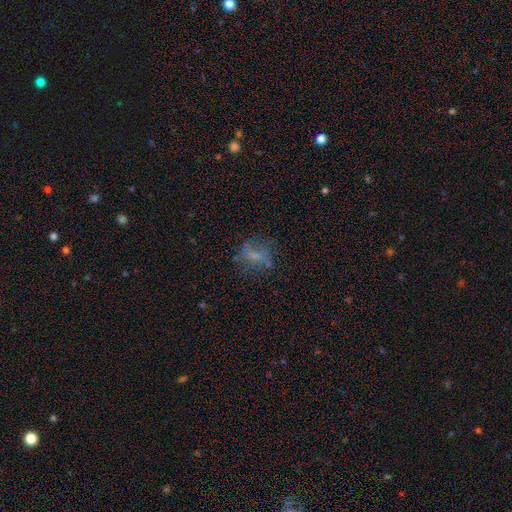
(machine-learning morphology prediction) Smooth or featured: smooth — 51% (featured or disk — 31%)
How rounded: in between — 49% (round — 48%)
Merging: none — 59% (minor disturbance — 20%)